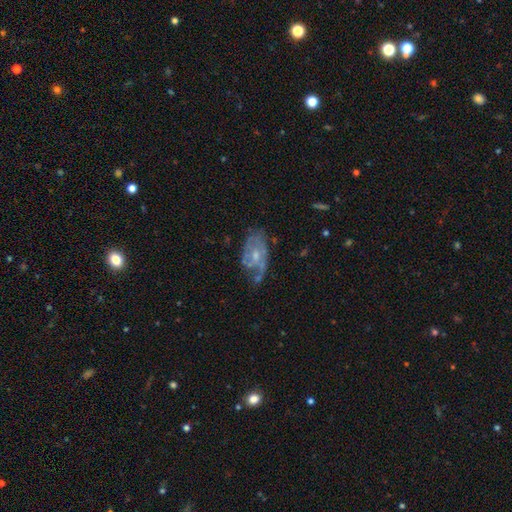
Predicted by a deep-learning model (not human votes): Overall: featured or disk (73%). Edge-on disk: no (96%). Bar: no (67%; weak 28%). Spiral arms: yes (74%). Spiral arm count: can't tell (39%; 2 33%). Spiral winding: tight (43%; medium 38%). Bulge size: small (46%; moderate 45%). Merging: none (44%; minor disturbance 29%).